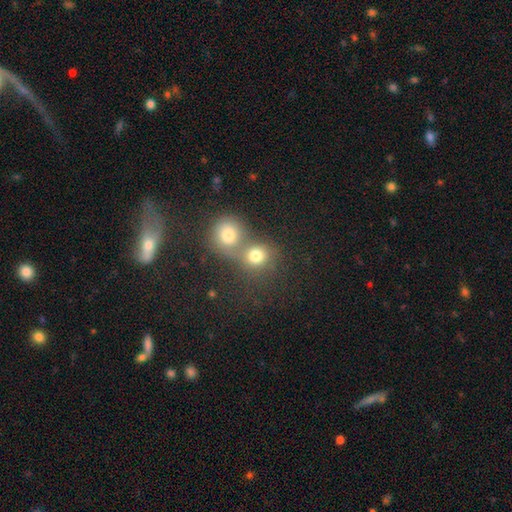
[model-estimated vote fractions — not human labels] smooth-or-featured: smooth: 77% | star or artifact: 12% | featured or disk: 11%
  how-rounded: round: 82% | in between: 17% | cigar-shaped: 1%
  merging: merger: 59% | none: 32% | minor disturbance: 6% | major disturbance: 4%